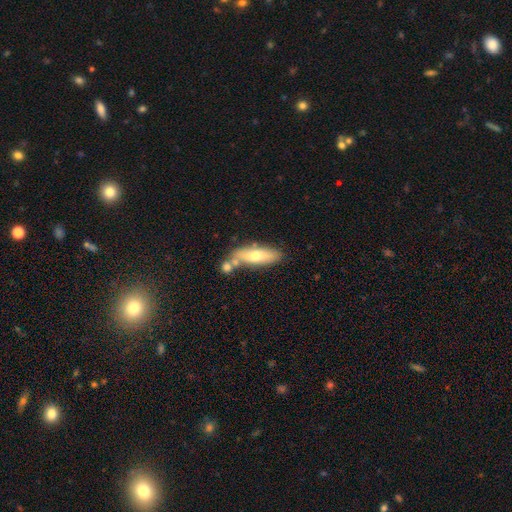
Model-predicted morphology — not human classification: smooth-or-featured: smooth: 58% | featured or disk: 35% | star or artifact: 6%
  how-rounded: cigar-shaped: 52% | in between: 46% | round: 3%
  merging: none: 62% | merger: 18% | minor disturbance: 15% | major disturbance: 4%